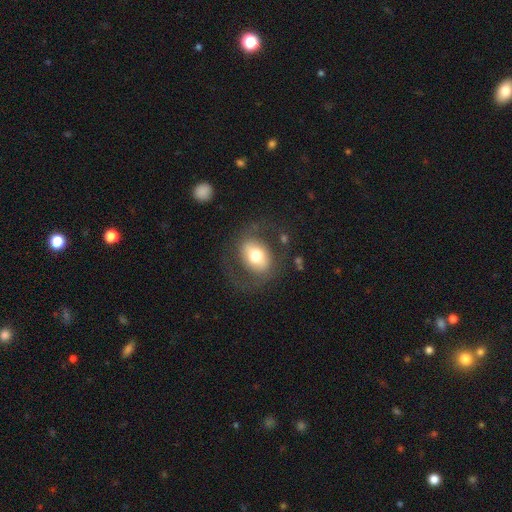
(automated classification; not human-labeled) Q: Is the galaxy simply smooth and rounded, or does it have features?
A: smooth — 52%.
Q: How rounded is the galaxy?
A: in between — 61%.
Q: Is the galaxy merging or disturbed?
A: none — 68%.